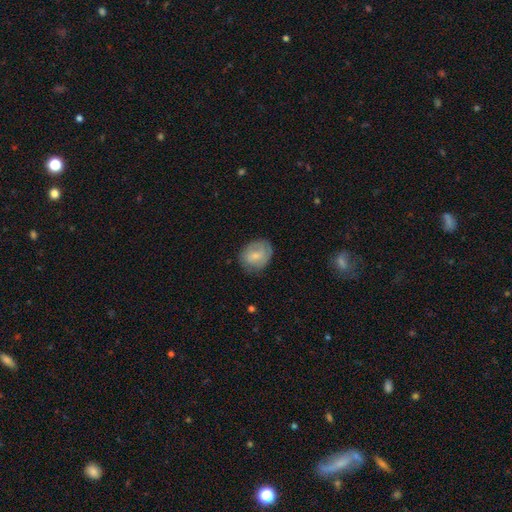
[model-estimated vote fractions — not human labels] This is likely a smooth galaxy (61%). How rounded: possibly round (50%). Merging: likely none (71%).